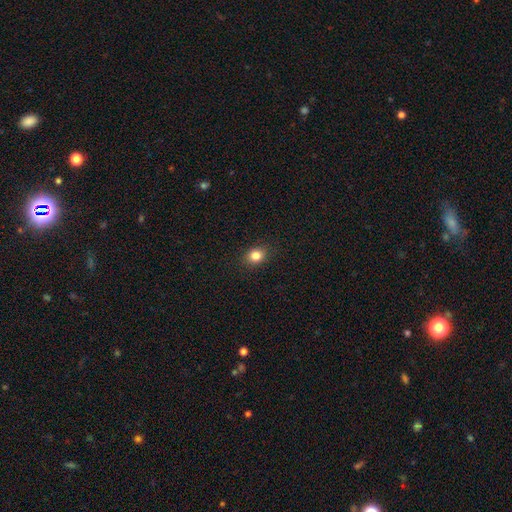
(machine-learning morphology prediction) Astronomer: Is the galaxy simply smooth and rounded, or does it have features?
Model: smooth — 83%.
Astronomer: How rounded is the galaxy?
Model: round — 56% (runner-up: in between, 43%).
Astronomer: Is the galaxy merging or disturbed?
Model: none — 89%.